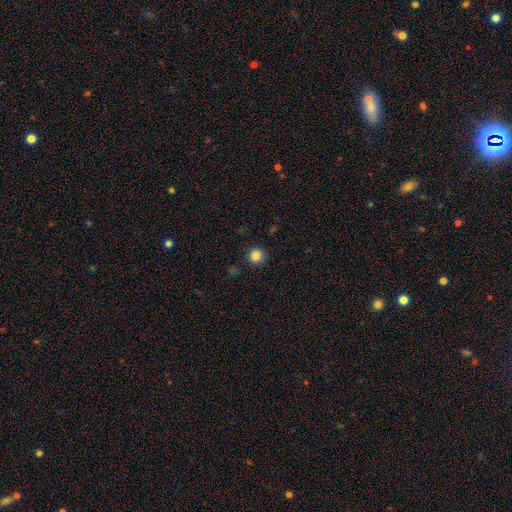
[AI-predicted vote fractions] smooth_or_featured: smooth (p=0.85) [alt: star or artifact p=0.12]
how_rounded: round (p=0.93) [alt: in between p=0.06]
merging: none (p=0.89) [alt: minor disturbance p=0.07]